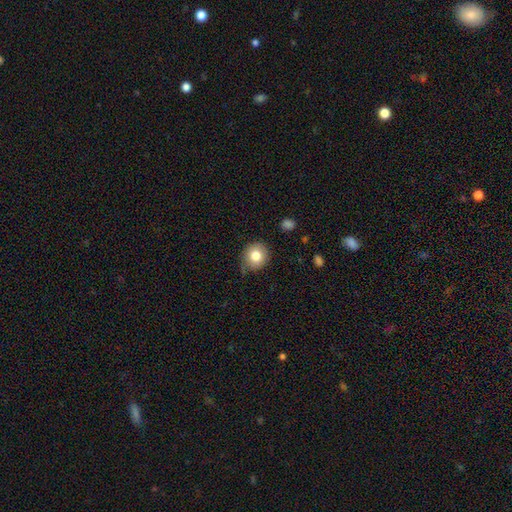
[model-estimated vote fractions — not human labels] smooth_or_featured: smooth (p=0.81) [alt: star or artifact p=0.10]
how_rounded: round (p=0.84) [alt: in between p=0.15]
merging: none (p=0.77) [alt: minor disturbance p=0.17]